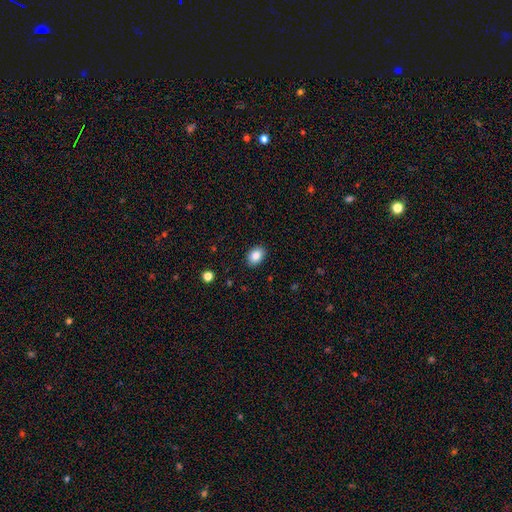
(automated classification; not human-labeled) Smooth or featured? Predicted: smooth (p=0.86). How rounded? Predicted: in between (p=0.76). Merging? Predicted: none (p=0.89).